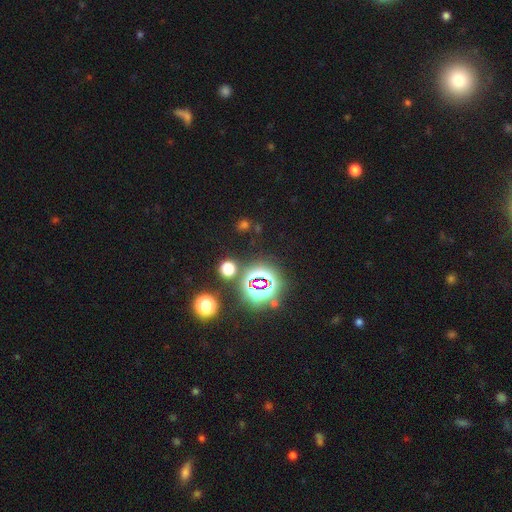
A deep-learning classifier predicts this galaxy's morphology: smooth_or_featured: star or artifact (p=0.82) [alt: smooth p=0.11]